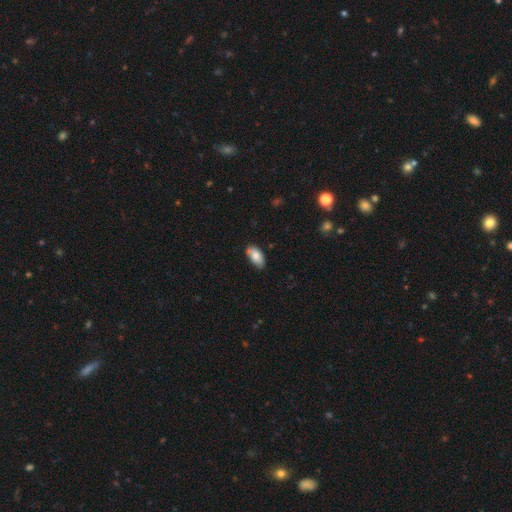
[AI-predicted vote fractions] This is clearly a smooth galaxy (83%). How rounded: clearly in between (94%). Merging: likely none (77%).